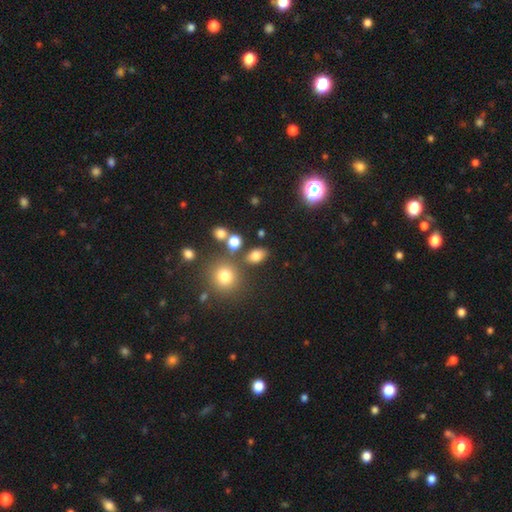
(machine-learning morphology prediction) Smooth or featured? smooth (77%)
How rounded? in between (75%)
Merging? none (75%)